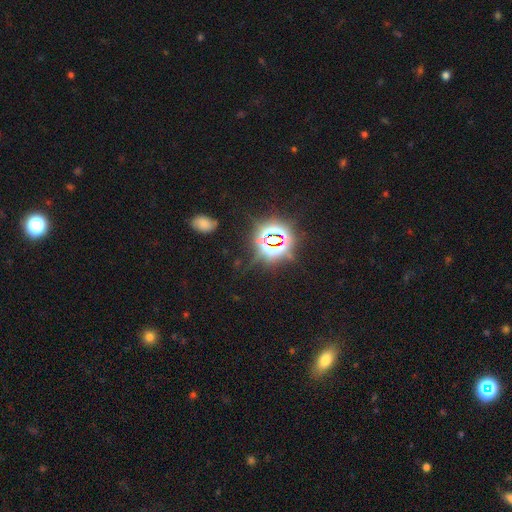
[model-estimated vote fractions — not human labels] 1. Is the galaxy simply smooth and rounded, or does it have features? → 76% star or artifact, 16% smooth, 8% featured or disk.